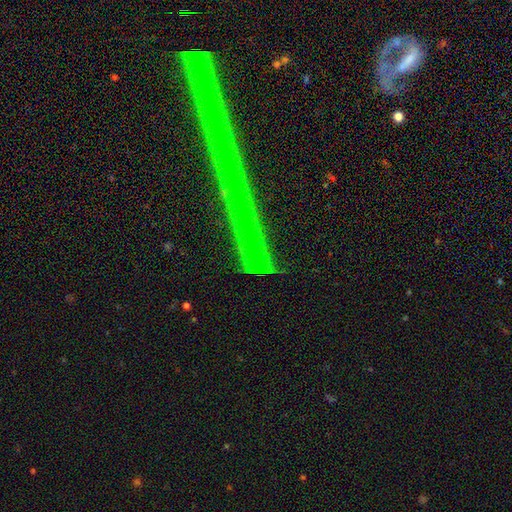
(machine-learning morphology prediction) smooth_or_featured: star or artifact (p=0.65) [alt: featured or disk p=0.22]